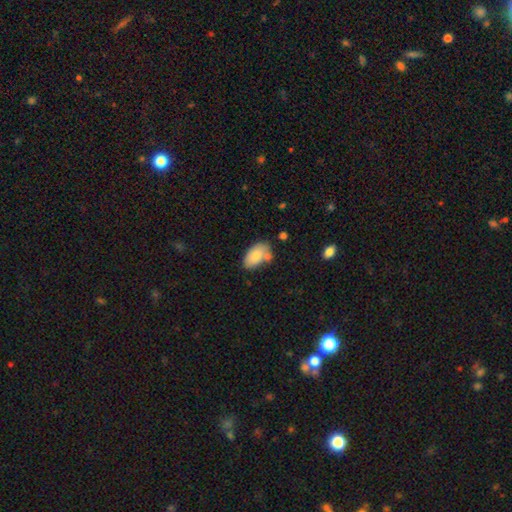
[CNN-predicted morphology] smooth_or_featured: smooth (p=0.82) [alt: featured or disk p=0.11]
how_rounded: in between (p=0.94) [alt: round p=0.04]
merging: none (p=0.61) [alt: minor disturbance p=0.20]